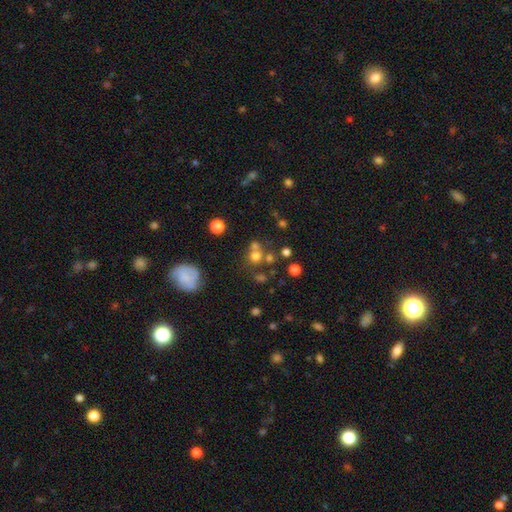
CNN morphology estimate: Smooth or featured? Predicted: smooth (p=0.67). How rounded? Predicted: round (p=0.86). Merging? Predicted: none (p=0.53).